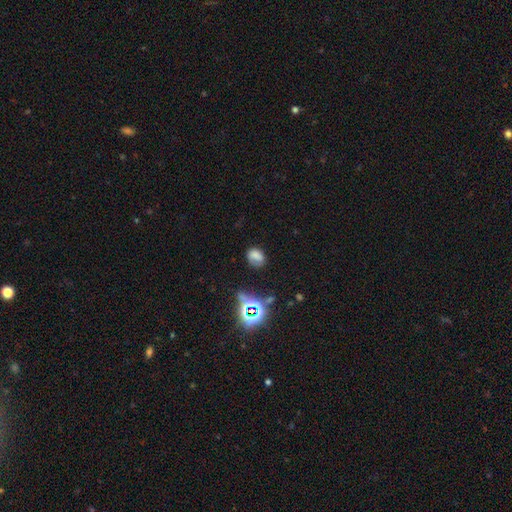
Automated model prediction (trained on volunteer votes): Smooth or featured?
  - smooth: 66% *
  - star or artifact: 21%
  - featured or disk: 13%
How rounded?
  - in between: 61% *
  - round: 37%
  - cigar-shaped: 1%
Merging?
  - none: 58% *
  - minor disturbance: 27%
  - major disturbance: 10%
  - merger: 5%